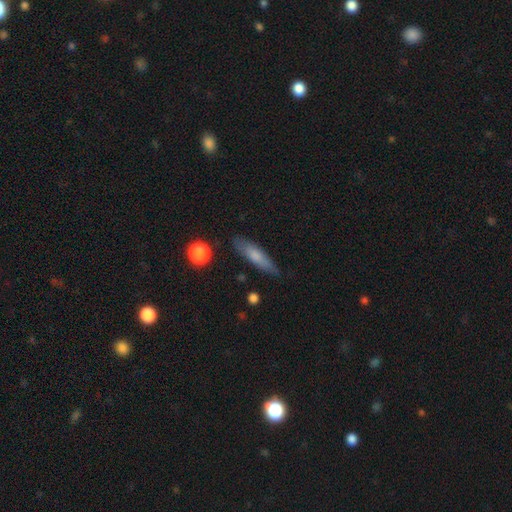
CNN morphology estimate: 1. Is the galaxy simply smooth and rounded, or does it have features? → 69% smooth, 24% featured or disk, 7% star or artifact.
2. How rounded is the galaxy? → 75% cigar-shaped, 23% in between, 2% round.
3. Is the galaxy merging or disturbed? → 82% none, 14% minor disturbance, 3% major disturbance, 2% merger.